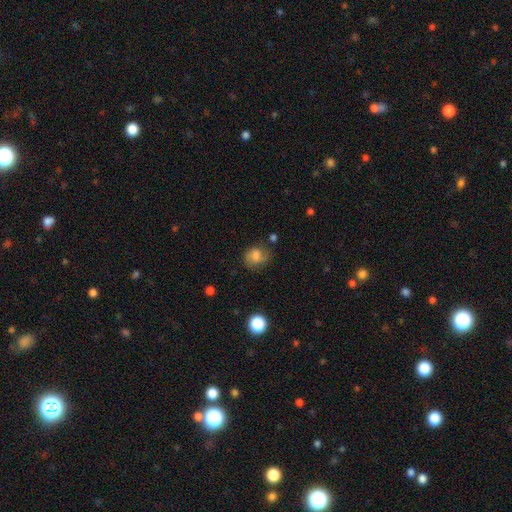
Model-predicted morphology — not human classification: type=smooth (67%); roundness=round (59%); merging=none (62%).